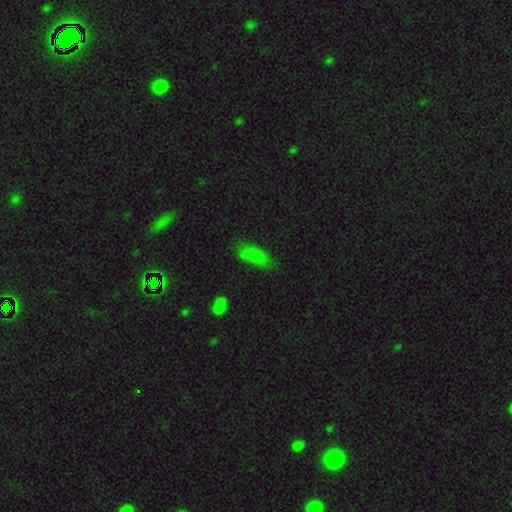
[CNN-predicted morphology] smooth-or-featured: smooth: 74% | star or artifact: 14% | featured or disk: 12%
  how-rounded: in between: 73% | cigar-shaped: 24% | round: 3%
  merging: none: 57% | minor disturbance: 28% | major disturbance: 11% | merger: 4%